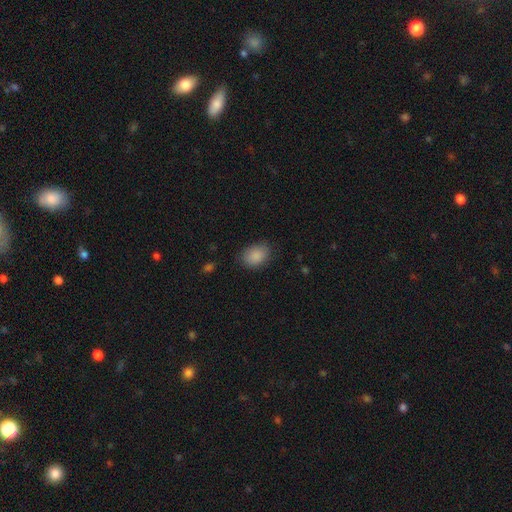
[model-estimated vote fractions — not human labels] Smooth or featured?
  - smooth: 88% *
  - star or artifact: 8%
  - featured or disk: 4%
How rounded?
  - in between: 74% *
  - round: 25%
  - cigar-shaped: 1%
Merging?
  - none: 79% *
  - minor disturbance: 16%
  - major disturbance: 4%
  - merger: 1%